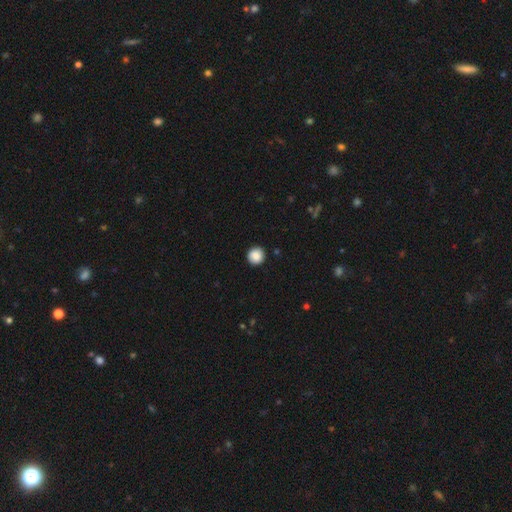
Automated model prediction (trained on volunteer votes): Morphology: type=smooth (88%); roundness=round (94%); merging=none (92%).